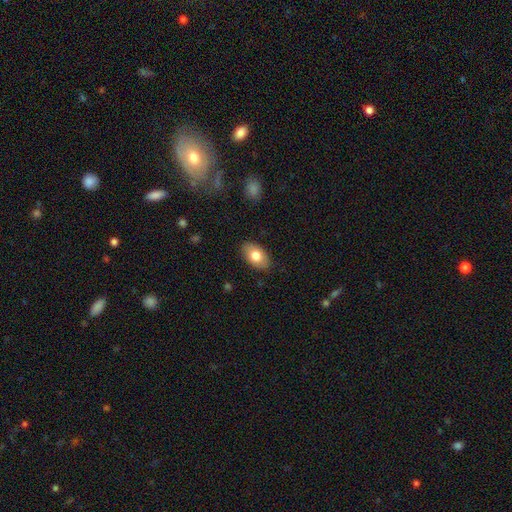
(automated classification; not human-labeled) The model was most divided on "smooth or featured": smooth: 79%, featured or disk: 15%, star or artifact: 7%. More confident: how rounded — in between (91%); merging — none (86%).